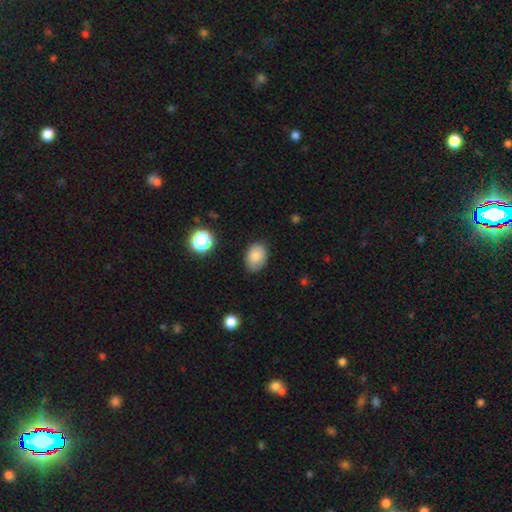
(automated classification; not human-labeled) Morphology: type=smooth (84%); roundness=in between (76%); merging=none (80%).